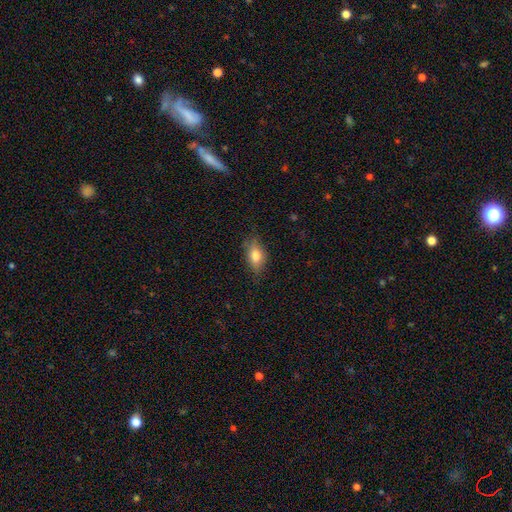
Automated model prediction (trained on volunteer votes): The model was most divided on "merging": none: 75%, minor disturbance: 19%, major disturbance: 4%, merger: 1%. More confident: how rounded — in between (82%); smooth or featured — smooth (74%).